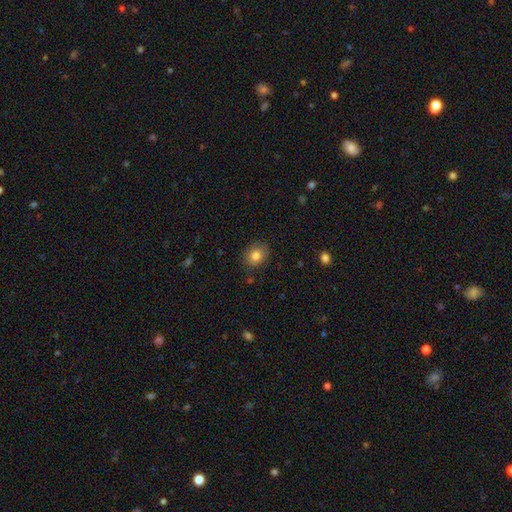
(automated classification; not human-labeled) Morphology: type=smooth (82%); roundness=round (54%); merging=none (82%).